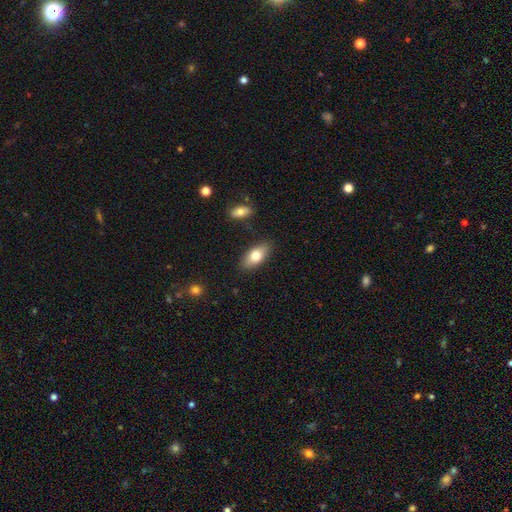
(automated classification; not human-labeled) A smooth galaxy with no disk features (76%) that is in between round and cigar-shaped (86%). Merging: none (84%).